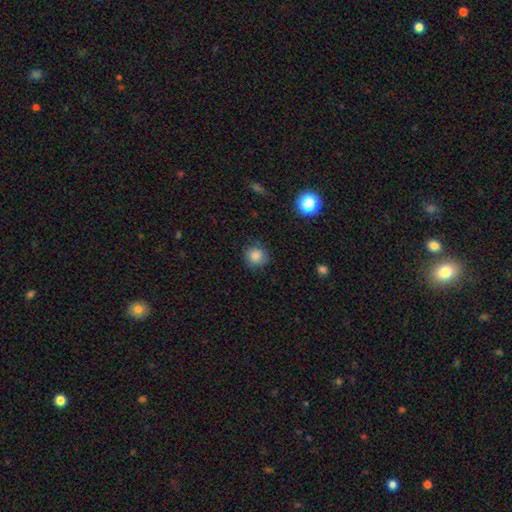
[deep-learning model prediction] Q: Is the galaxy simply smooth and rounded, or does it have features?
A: smooth — 84%.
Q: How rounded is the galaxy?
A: round — 89%.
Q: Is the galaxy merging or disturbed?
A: none — 83%.